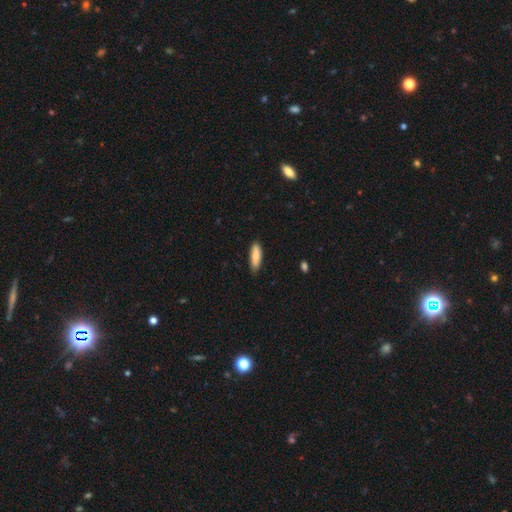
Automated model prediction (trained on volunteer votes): The model was most divided on "how rounded": in between: 54%, cigar-shaped: 44%, round: 2%. More confident: merging — none (84%); smooth or featured — smooth (78%).